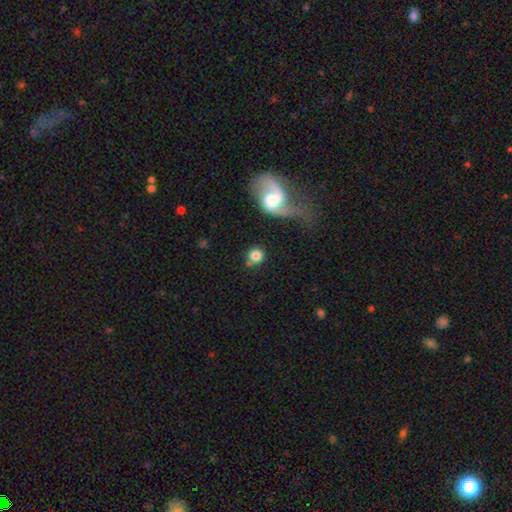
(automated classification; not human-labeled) The model was most divided on "merging": none: 69%, merger: 13%, minor disturbance: 12%, major disturbance: 7%. More confident: how rounded — round (91%); smooth or featured — smooth (77%).